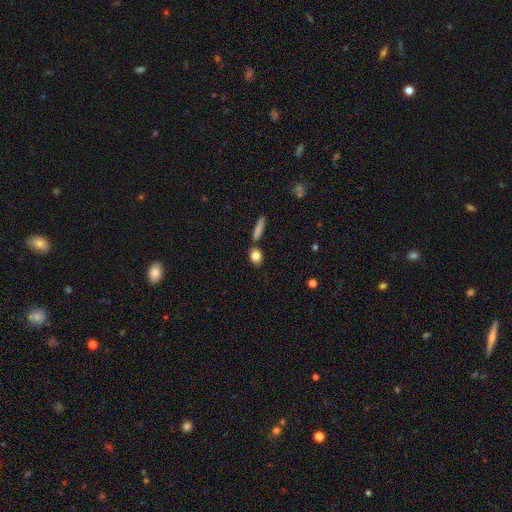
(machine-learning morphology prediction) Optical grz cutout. It shows a smooth galaxy with no disk features (83%) that is in between round and cigar-shaped (55%). Merging: none (74%).